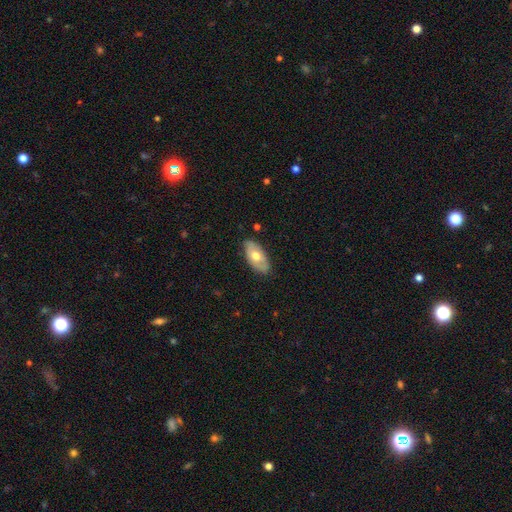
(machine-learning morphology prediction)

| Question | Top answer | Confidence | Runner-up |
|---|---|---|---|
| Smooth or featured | smooth | 55% | featured or disk (39%) |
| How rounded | in between | 92% | cigar-shaped (4%) |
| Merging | none | 81% | minor disturbance (16%) |